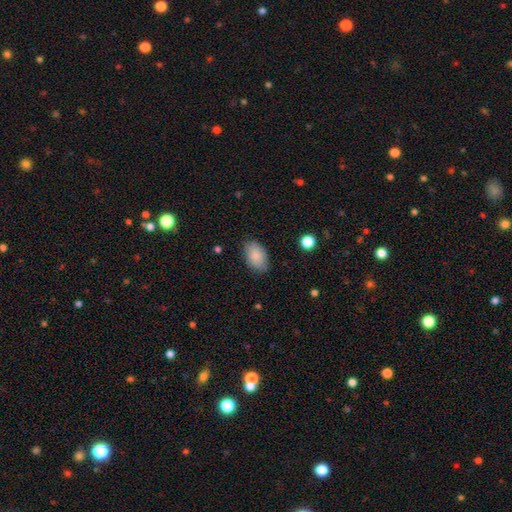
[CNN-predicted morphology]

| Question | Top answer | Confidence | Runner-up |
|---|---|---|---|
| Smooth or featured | smooth | 86% | star or artifact (7%) |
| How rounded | in between | 91% | round (7%) |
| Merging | none | 81% | minor disturbance (15%) |